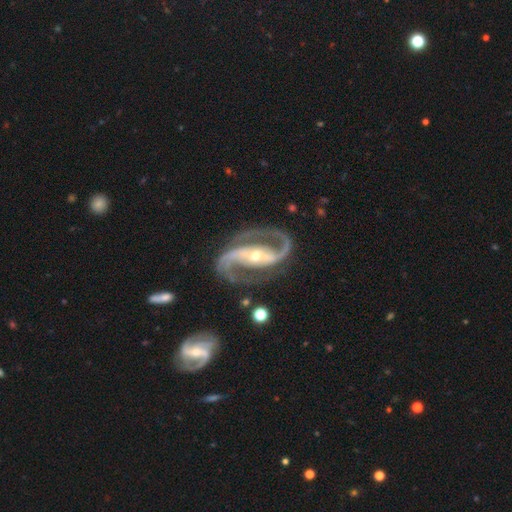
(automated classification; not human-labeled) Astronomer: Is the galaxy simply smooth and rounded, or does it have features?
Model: featured or disk — 94%.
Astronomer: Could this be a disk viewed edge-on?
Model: no — 97%.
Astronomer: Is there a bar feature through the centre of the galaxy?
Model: strong — 60%.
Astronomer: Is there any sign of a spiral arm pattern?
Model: yes — 98%.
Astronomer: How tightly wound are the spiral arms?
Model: medium — 61%.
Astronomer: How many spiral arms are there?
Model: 2 — 94%.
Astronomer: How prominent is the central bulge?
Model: moderate — 53% (runner-up: small, 42%).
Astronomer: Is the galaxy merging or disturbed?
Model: none — 81%.